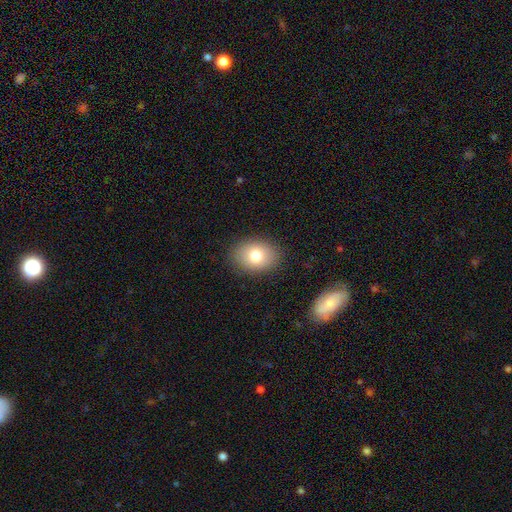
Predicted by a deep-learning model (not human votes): smooth 78%, featured or disk 13%, star or artifact 9%. Down the decision tree: how rounded — in between (68%); merging — none (88%).